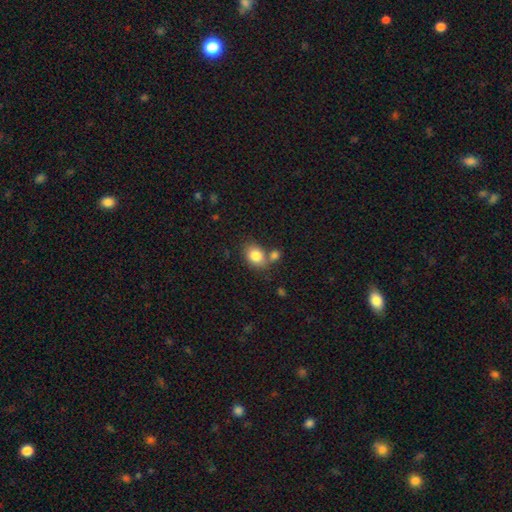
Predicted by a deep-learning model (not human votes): Morphology: type=smooth (82%); roundness=in between (61%); merging=none (55%).